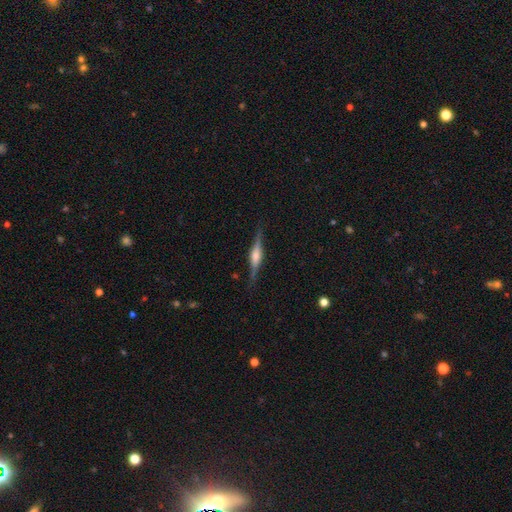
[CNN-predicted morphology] Overall: featured or disk (79%). Edge-on disk: yes (98%). Edge-on bulge: rounded (77%). Merging: none (87%).